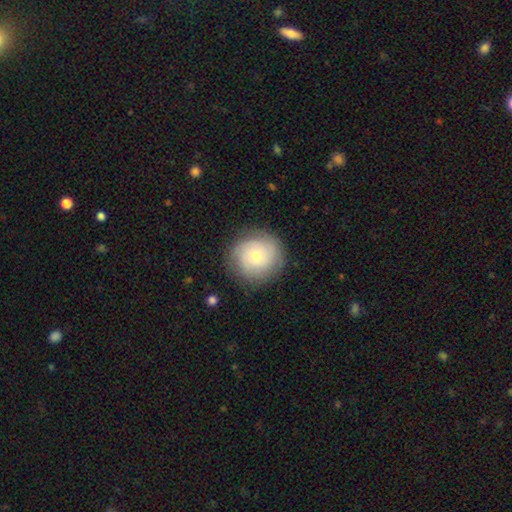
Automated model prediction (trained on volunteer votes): This appears to be a smooth galaxy with no disk features (58%) that is round (93%). Merging: none (83%).